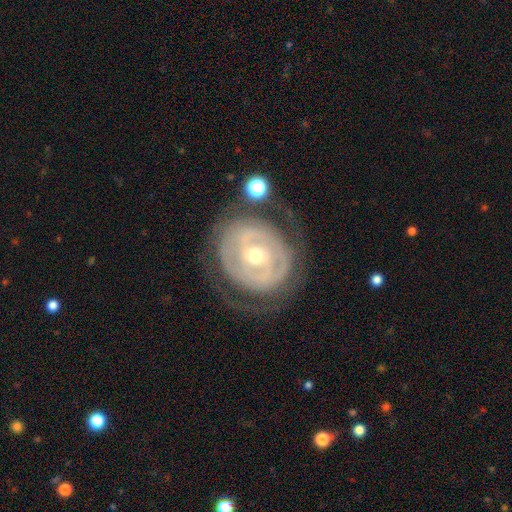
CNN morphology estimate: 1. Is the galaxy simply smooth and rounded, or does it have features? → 78% featured or disk, 17% smooth, 6% star or artifact.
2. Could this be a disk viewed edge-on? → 96% no, 4% yes.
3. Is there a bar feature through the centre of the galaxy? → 54% no, 30% weak, 16% strong.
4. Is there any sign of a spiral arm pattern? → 61% yes, 39% no.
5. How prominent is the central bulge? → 50% small, 46% moderate, 2% large, 1% dominant, 1% none.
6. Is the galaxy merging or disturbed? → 62% none, 19% minor disturbance, 16% major disturbance, 3% merger.